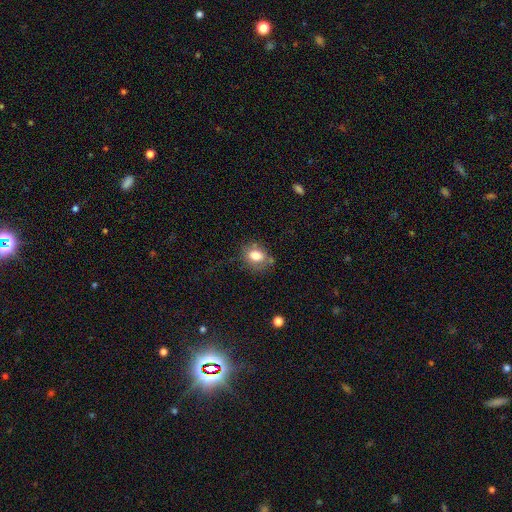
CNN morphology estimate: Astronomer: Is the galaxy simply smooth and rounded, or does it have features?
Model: smooth — 77%.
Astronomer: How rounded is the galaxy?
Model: in between — 56% (runner-up: round, 43%).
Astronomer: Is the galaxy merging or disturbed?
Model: none — 64%.